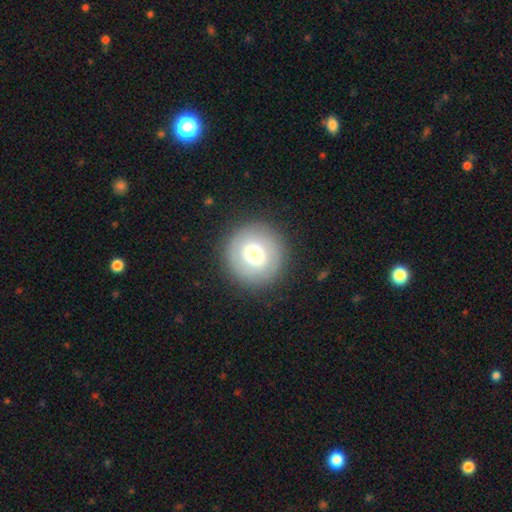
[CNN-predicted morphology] This appears to be a smooth galaxy with no disk features (61%) that is round (94%). Merging: none (89%).